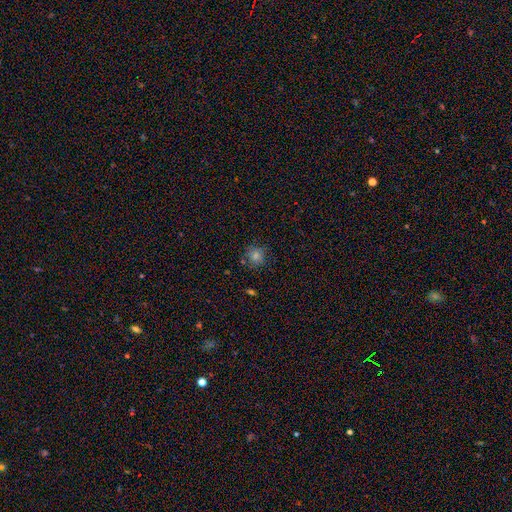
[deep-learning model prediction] Morphology: type=smooth (69%); roundness=round (92%); merging=none (84%).